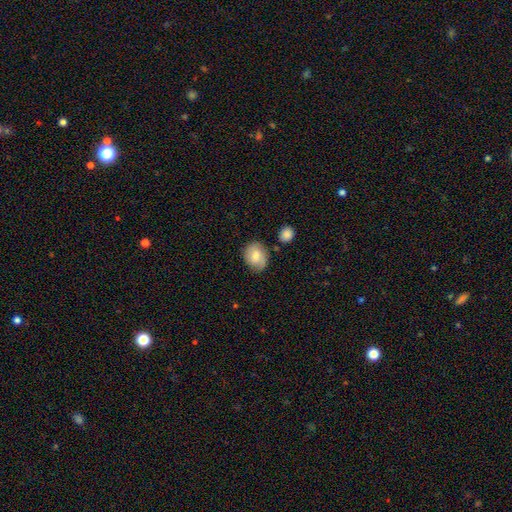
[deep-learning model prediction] Q: Smooth or featured?
A: smooth (71%); runner-up: featured or disk (21%)
Q: How rounded?
A: round (53%); runner-up: in between (46%)
Q: Merging?
A: none (73%); runner-up: minor disturbance (19%)